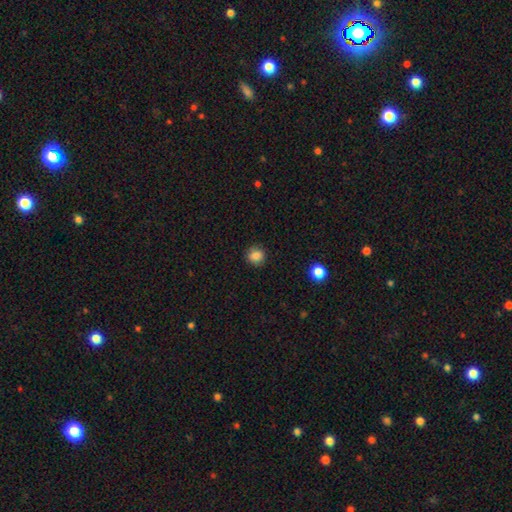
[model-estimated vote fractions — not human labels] Smooth or featured: smooth — 85% (star or artifact — 11%)
How rounded: round — 89% (in between — 10%)
Merging: none — 89% (minor disturbance — 7%)